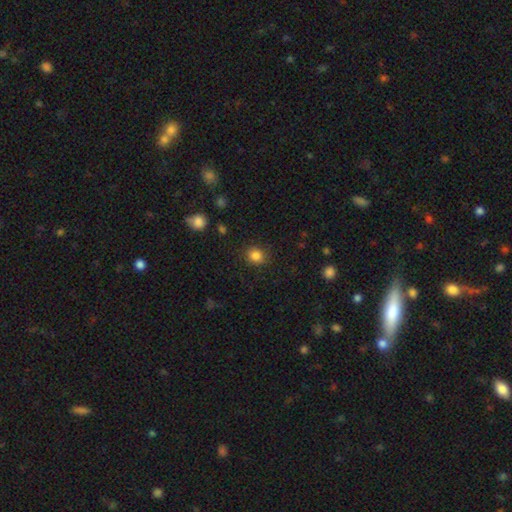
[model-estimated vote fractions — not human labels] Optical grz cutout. It shows a smooth galaxy with no disk features (84%) that is round (80%). Merging: none (87%).